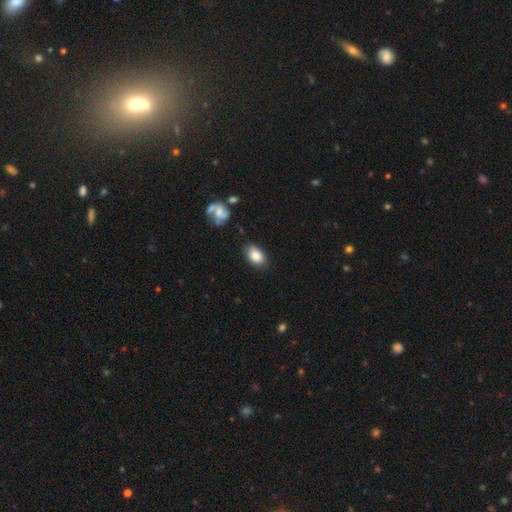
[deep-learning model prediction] The model was most divided on "merging": none: 80%, minor disturbance: 15%, major disturbance: 3%, merger: 2%. More confident: how rounded — in between (87%); smooth or featured — smooth (84%).